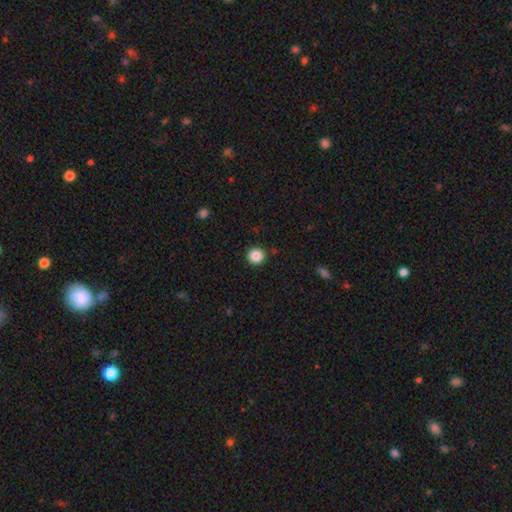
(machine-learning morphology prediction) Q: Smooth or featured?
A: smooth (86%); runner-up: star or artifact (10%)
Q: How rounded?
A: round (94%); runner-up: in between (5%)
Q: Merging?
A: none (92%); runner-up: minor disturbance (5%)